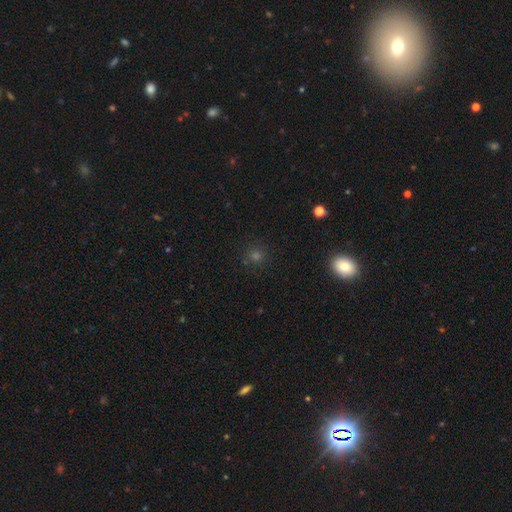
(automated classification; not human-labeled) Smooth or featured? smooth (63%)
How rounded? round (90%)
Merging? none (88%)